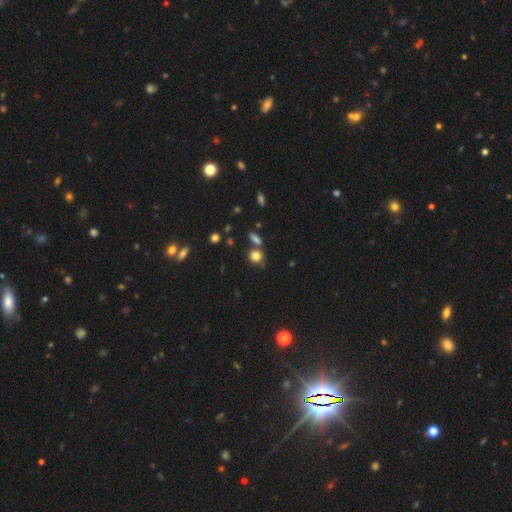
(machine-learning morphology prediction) Smooth or featured? Predicted: smooth (p=0.81). How rounded? Predicted: round (p=0.77). Merging? Predicted: none (p=0.67).